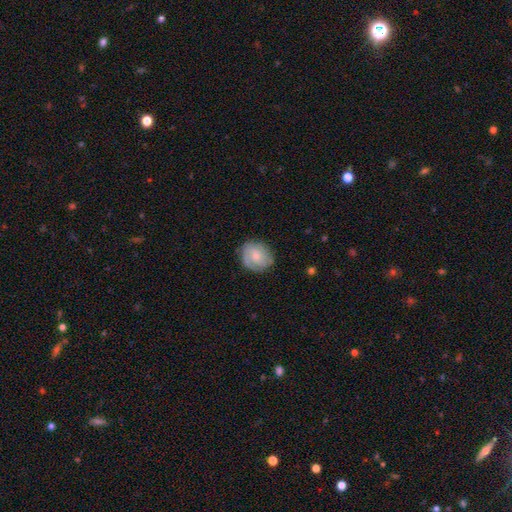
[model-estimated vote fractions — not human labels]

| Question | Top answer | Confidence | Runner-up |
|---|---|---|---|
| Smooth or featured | featured or disk | 57% | smooth (37%) |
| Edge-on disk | no | 97% | yes (3%) |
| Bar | no | 63% | weak (32%) |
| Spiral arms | yes | 88% | no (12%) |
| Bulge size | small | 46% | moderate (39%) |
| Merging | none | 77% | minor disturbance (17%) |